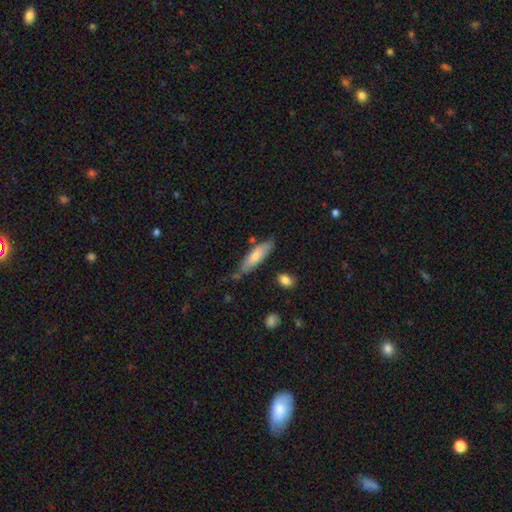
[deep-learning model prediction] smooth-or-featured: smooth: 74% | featured or disk: 21% | star or artifact: 6%
  how-rounded: cigar-shaped: 55% | in between: 43% | round: 2%
  merging: none: 64% | minor disturbance: 24% | merger: 6% | major disturbance: 5%